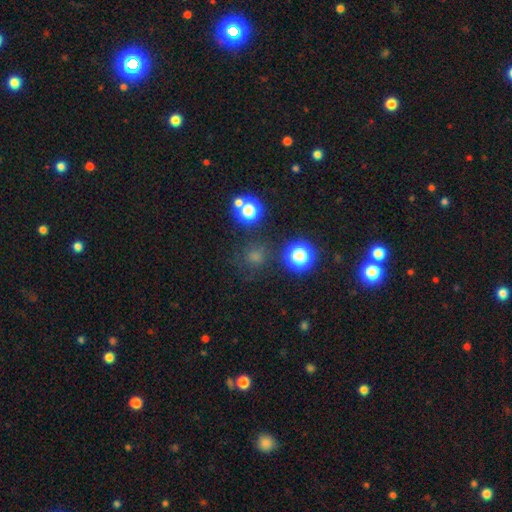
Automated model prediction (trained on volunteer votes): This appears to be a smooth galaxy with no disk features (60%) that is round (91%). Merging: none (77%).